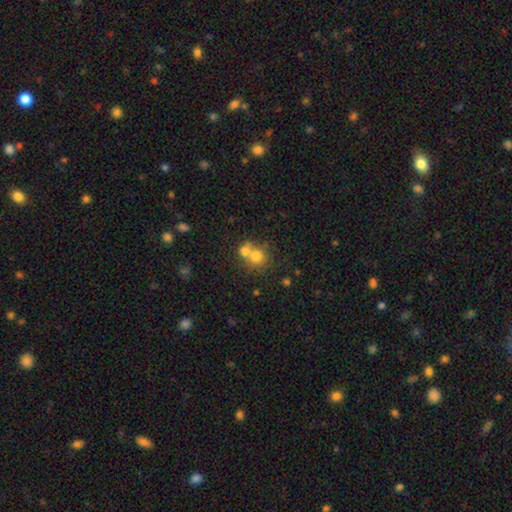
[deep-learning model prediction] smooth-or-featured: smooth: 73% | featured or disk: 15% | star or artifact: 12%
  how-rounded: round: 82% | in between: 17% | cigar-shaped: 1%
  merging: merger: 54% | none: 36% | minor disturbance: 6% | major disturbance: 4%